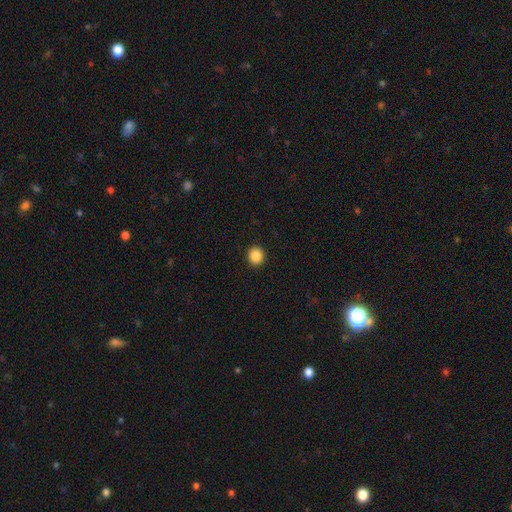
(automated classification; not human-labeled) Smooth or featured? smooth (88%)
How rounded? round (83%)
Merging? none (93%)